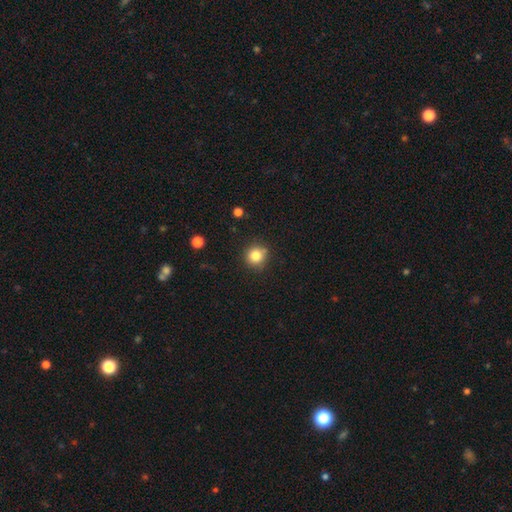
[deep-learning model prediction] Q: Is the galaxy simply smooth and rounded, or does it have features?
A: smooth — 82%.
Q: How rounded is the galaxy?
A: round — 92%.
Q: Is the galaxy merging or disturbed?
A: none — 83%.